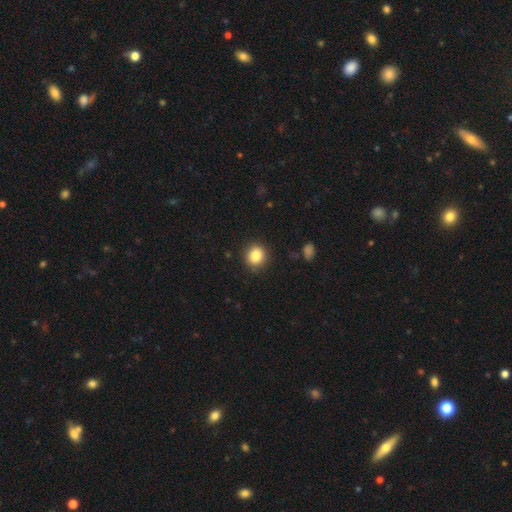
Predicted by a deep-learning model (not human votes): Smooth or featured? smooth (85%)
How rounded? round (79%)
Merging? none (89%)